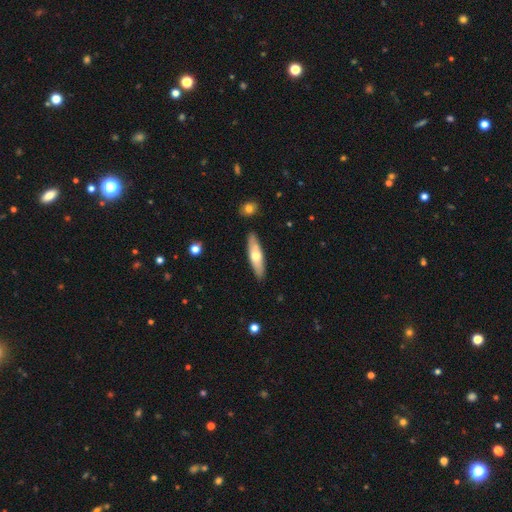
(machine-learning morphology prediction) A smooth galaxy with no disk features (57%) that is cigar-shaped (65%).

Vote fractions:
- Smooth or featured? smooth: 57% / featured or disk: 38% / star or artifact: 5%
- How rounded? cigar-shaped: 65% / in between: 34% / round: 2%
- Merging? none: 88% / minor disturbance: 9% / major disturbance: 2% / merger: 2%